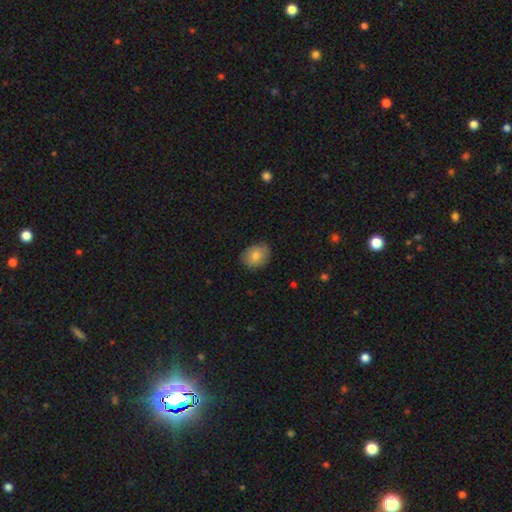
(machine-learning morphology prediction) smooth 77%, featured or disk 15%, star or artifact 8%. Down the decision tree: how rounded — round (57%); merging — none (79%).